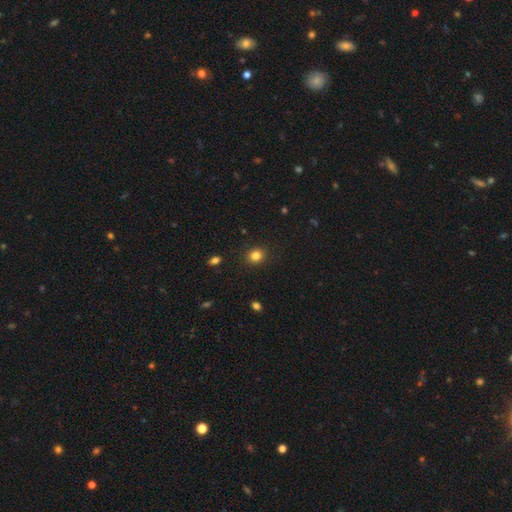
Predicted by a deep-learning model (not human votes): This appears to be a smooth galaxy with no disk features (83%) that is round (74%). Merging: none (90%).